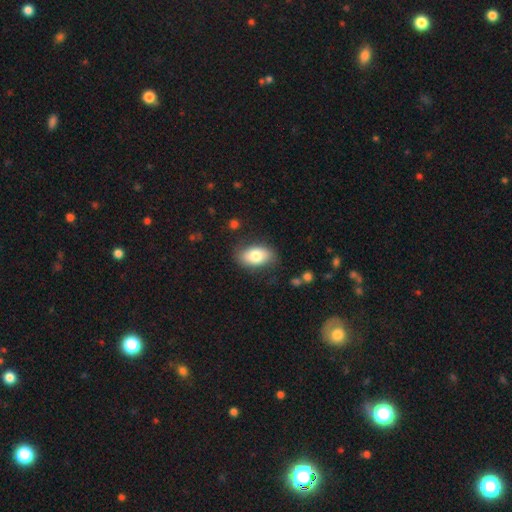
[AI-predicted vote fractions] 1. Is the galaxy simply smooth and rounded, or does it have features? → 78% smooth, 16% featured or disk, 6% star or artifact.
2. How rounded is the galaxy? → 91% in between, 7% round, 2% cigar-shaped.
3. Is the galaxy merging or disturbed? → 81% none, 14% minor disturbance, 4% major disturbance, 1% merger.